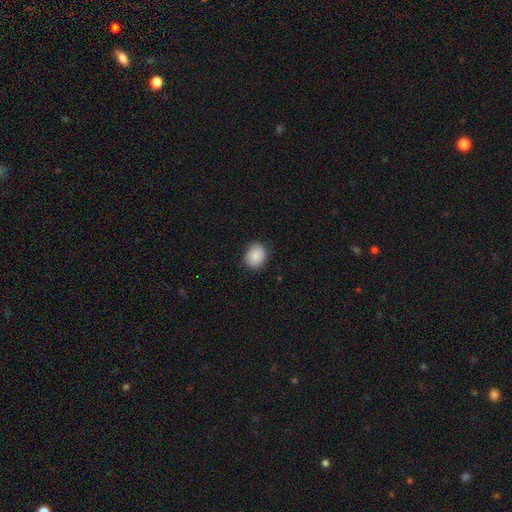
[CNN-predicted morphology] Smooth or featured: smooth — 87% (star or artifact — 7%)
How rounded: round — 58% (in between — 41%)
Merging: none — 82% (minor disturbance — 14%)